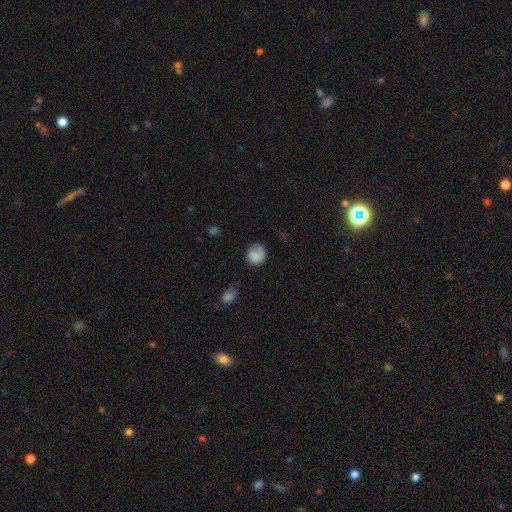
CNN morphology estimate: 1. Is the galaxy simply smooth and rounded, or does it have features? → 77% smooth, 14% featured or disk, 8% star or artifact.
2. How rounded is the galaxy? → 78% round, 21% in between, 1% cigar-shaped.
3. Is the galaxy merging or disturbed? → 58% none, 27% minor disturbance, 13% major disturbance, 2% merger.